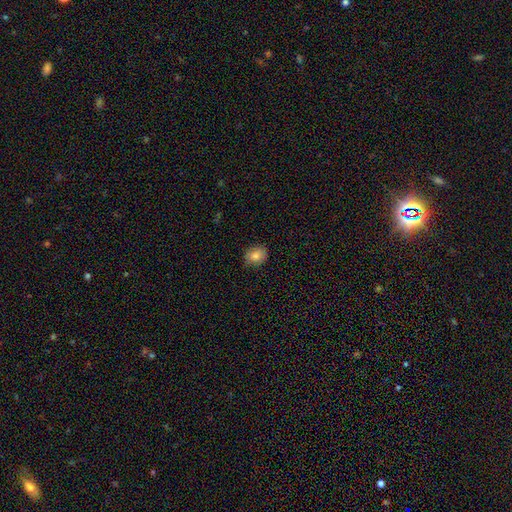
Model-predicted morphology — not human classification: A smooth galaxy with no disk features (79%) that is round (55%). Merging: none (80%).